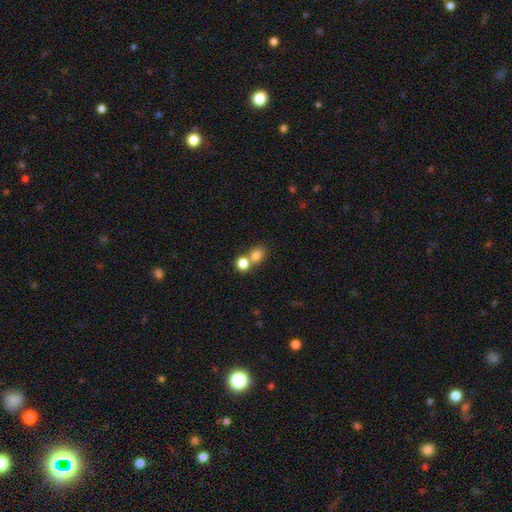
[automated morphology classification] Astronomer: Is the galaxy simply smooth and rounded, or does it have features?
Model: smooth — 79%.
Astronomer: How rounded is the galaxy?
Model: round — 66%.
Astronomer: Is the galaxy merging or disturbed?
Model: none — 45% (runner-up: merger, 44%).